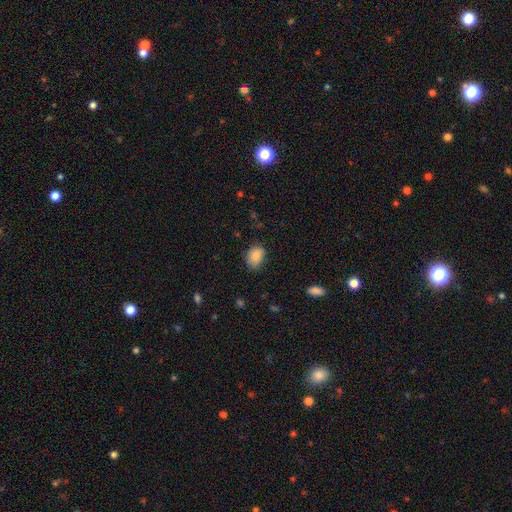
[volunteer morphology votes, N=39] Smooth or featured: smooth — 90% (star or artifact — 8%)
How rounded: in between — 74% (round — 26%)
Merging: none — 56% (minor disturbance — 33%)